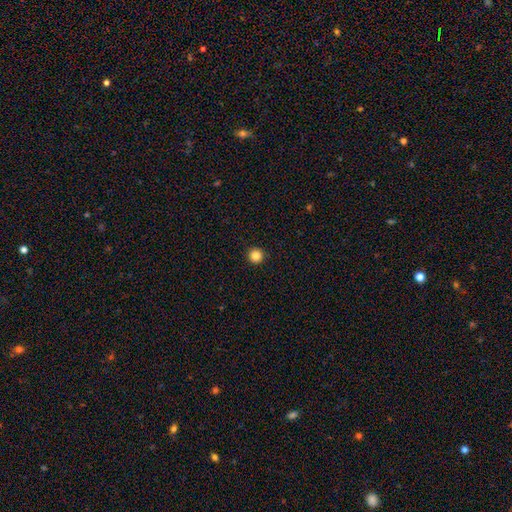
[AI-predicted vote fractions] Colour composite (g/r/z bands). It shows a smooth galaxy with no disk features (84%) that is round (97%). Merging: none (94%).